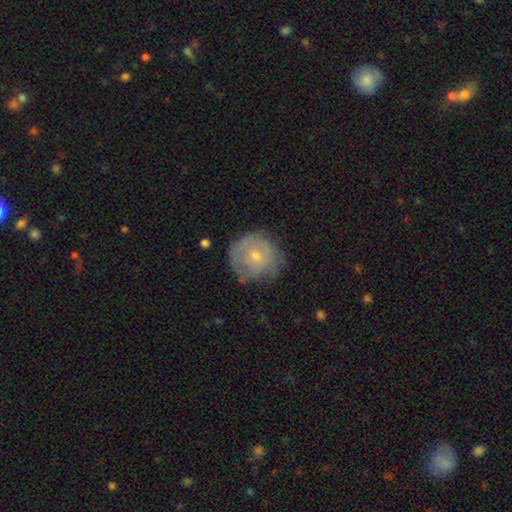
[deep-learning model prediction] Smooth or featured?
  - smooth: 54% *
  - featured or disk: 39%
  - star or artifact: 7%
How rounded?
  - round: 91% *
  - in between: 8%
  - cigar-shaped: 1%
Merging?
  - none: 63% *
  - minor disturbance: 26%
  - major disturbance: 9%
  - merger: 2%